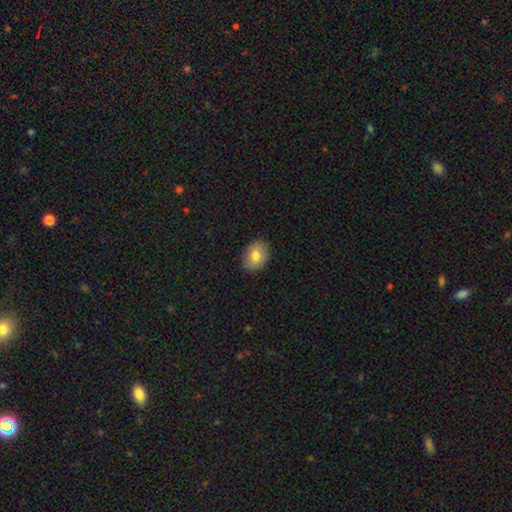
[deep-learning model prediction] Smooth or featured?
  - smooth: 78% *
  - featured or disk: 13%
  - star or artifact: 8%
How rounded?
  - in between: 71% *
  - round: 28%
  - cigar-shaped: 1%
Merging?
  - none: 87% *
  - minor disturbance: 10%
  - major disturbance: 2%
  - merger: 1%